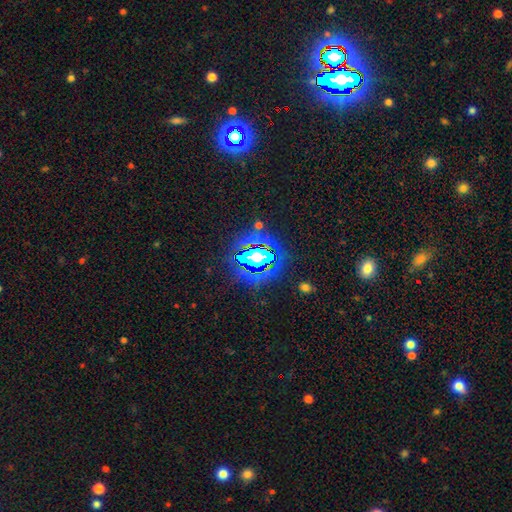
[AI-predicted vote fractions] A star or artifact, not a galaxy (63%).

Vote fractions:
- Smooth or featured? star or artifact: 63% / smooth: 23% / featured or disk: 14%